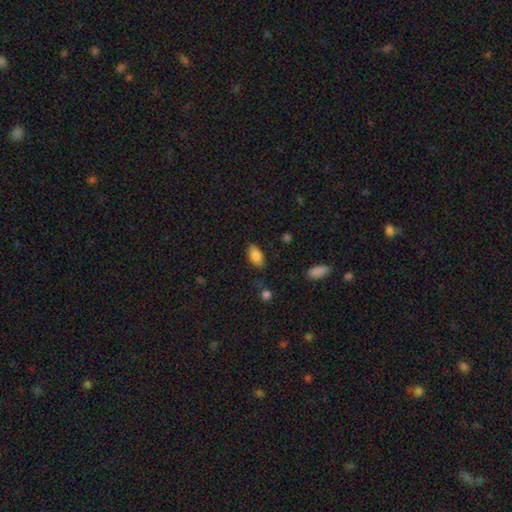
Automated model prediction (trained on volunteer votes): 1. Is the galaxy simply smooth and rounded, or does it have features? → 85% smooth, 8% featured or disk, 8% star or artifact.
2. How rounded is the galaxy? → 92% in between, 5% round, 4% cigar-shaped.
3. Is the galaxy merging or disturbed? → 80% none, 14% minor disturbance, 3% major disturbance, 2% merger.